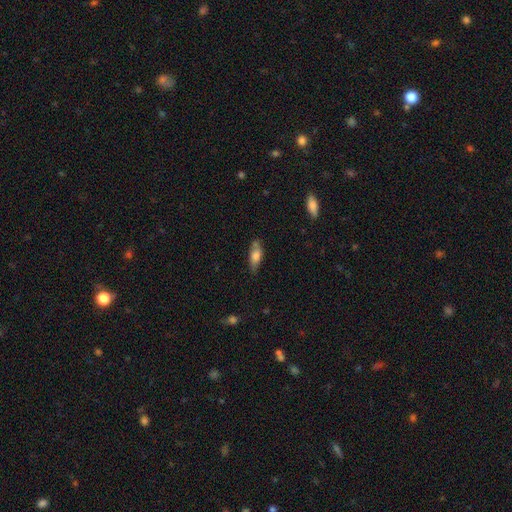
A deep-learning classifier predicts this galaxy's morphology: smooth_or_featured: smooth (p=0.71) [alt: featured or disk p=0.22]
how_rounded: in between (p=0.70) [alt: cigar-shaped p=0.27]
merging: none (p=0.59) [alt: minor disturbance p=0.25]